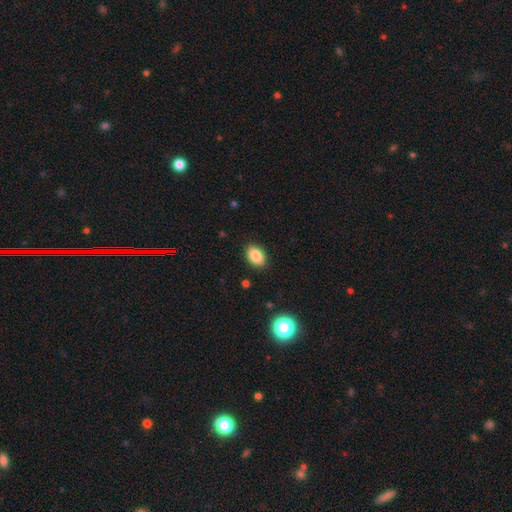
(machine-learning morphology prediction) smooth_or_featured: smooth (p=0.86) [alt: star or artifact p=0.09]
how_rounded: in between (p=0.85) [alt: round p=0.14]
merging: none (p=0.88) [alt: minor disturbance p=0.09]